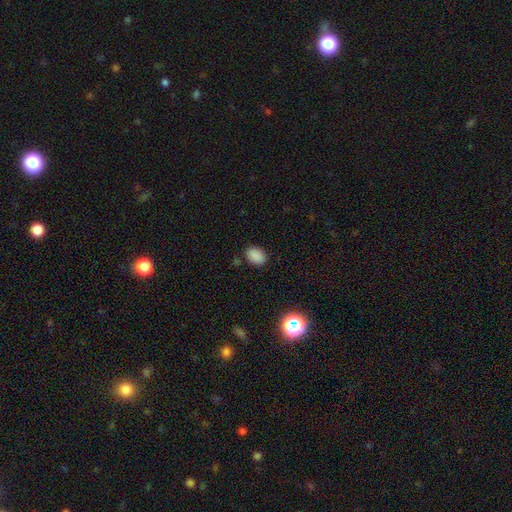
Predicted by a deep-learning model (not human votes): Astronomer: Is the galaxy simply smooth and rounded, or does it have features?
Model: smooth — 86%.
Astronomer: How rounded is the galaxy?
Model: in between — 77%.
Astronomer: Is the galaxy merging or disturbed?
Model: none — 85%.